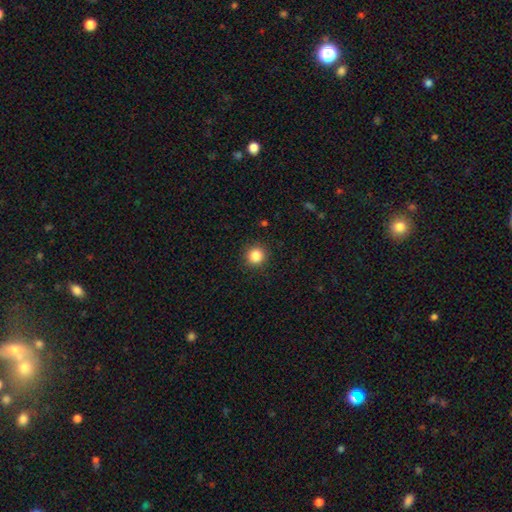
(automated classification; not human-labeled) The model was most divided on "smooth or featured": smooth: 86%, star or artifact: 11%, featured or disk: 4%. More confident: how rounded — round (94%); merging — none (91%).